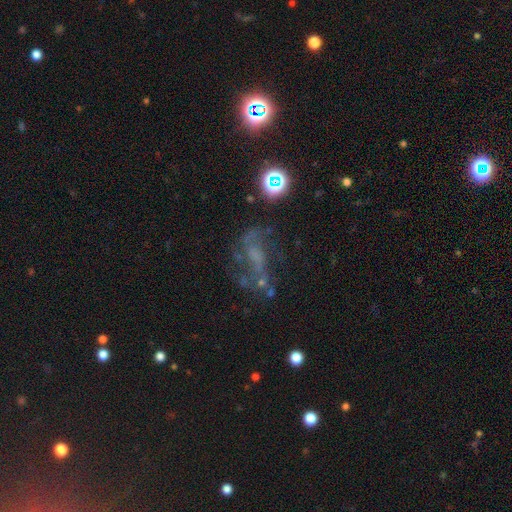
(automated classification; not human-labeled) Smooth or featured? Predicted: featured or disk (p=0.56). Edge-on disk? Predicted: no (p=0.92). Bar? Predicted: no (p=0.54). Spiral arms? Predicted: yes (p=0.61). Bulge size? Predicted: none (p=0.54). Merging? Predicted: none (p=0.47).